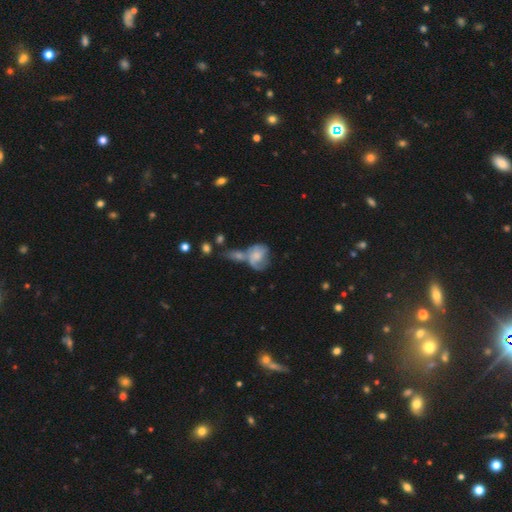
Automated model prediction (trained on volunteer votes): A smooth galaxy with no disk features (49%). Merging: merger (48%).